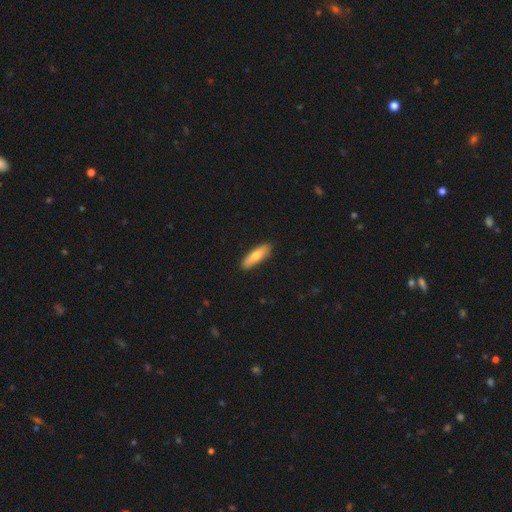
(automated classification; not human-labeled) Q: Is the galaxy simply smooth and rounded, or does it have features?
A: smooth — 69%.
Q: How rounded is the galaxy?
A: cigar-shaped — 57%.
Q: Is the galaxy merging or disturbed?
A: none — 89%.